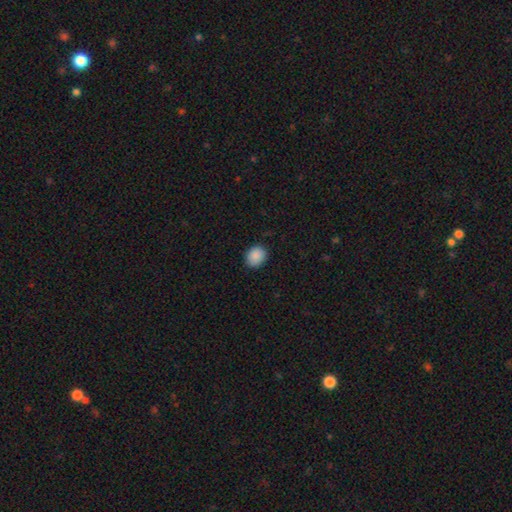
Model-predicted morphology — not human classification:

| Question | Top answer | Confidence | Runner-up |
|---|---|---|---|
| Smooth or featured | smooth | 89% | star or artifact (8%) |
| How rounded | round | 65% | in between (34%) |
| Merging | none | 87% | minor disturbance (10%) |